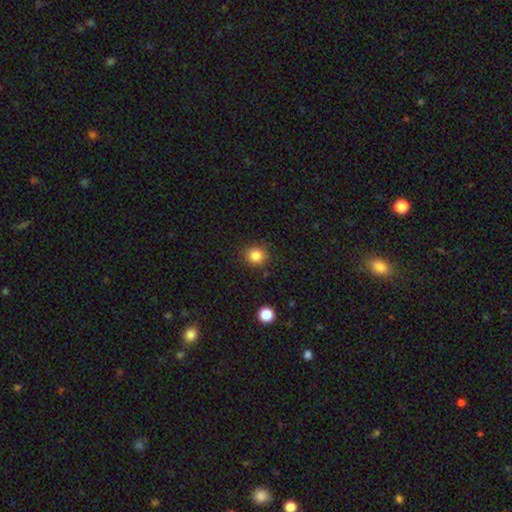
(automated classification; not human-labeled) Morphology: type=smooth (85%); roundness=round (87%); merging=none (87%).